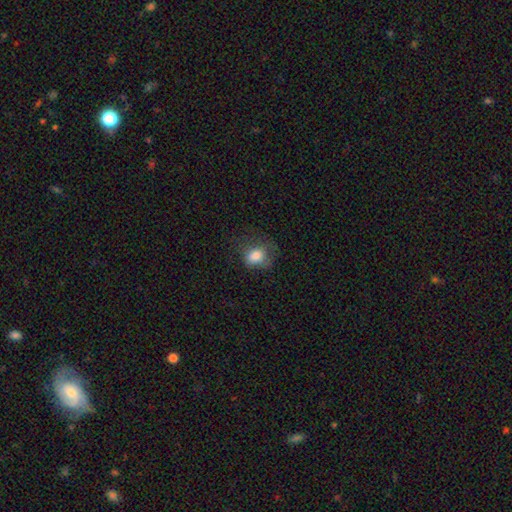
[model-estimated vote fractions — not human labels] Smooth or featured? smooth (78%)
How rounded? in between (58%)
Merging? none (51%)